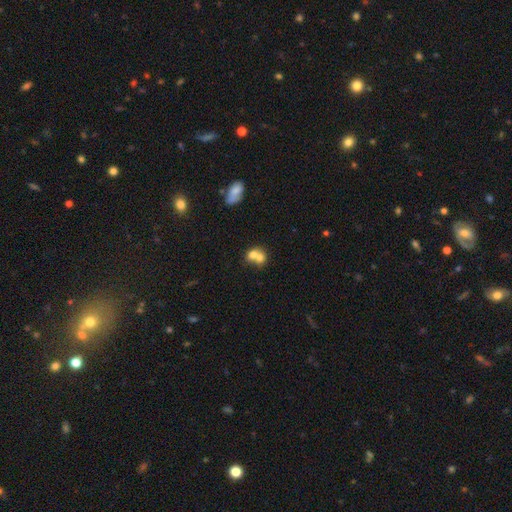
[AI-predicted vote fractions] Morphology: type=smooth (69%); roundness=round (62%); merging=merger (68%).